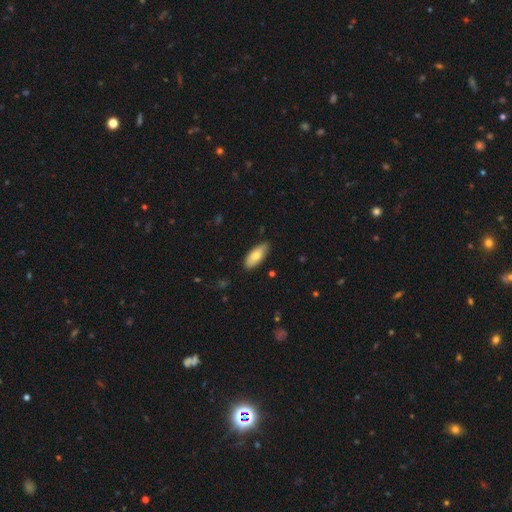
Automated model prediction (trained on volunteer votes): Q: Smooth or featured?
A: smooth (72%); runner-up: featured or disk (22%)
Q: How rounded?
A: in between (83%); runner-up: cigar-shaped (15%)
Q: Merging?
A: none (83%); runner-up: minor disturbance (14%)